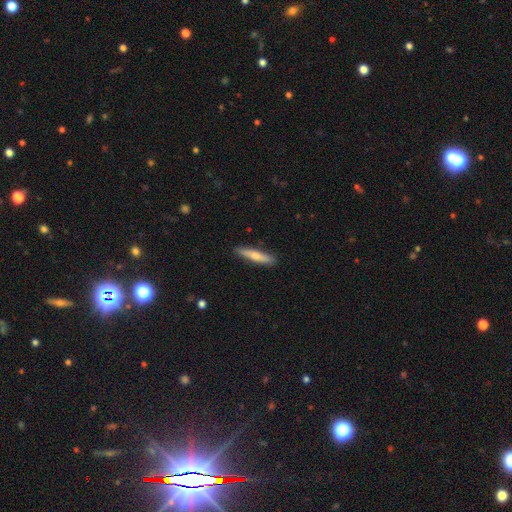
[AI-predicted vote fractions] Overall: smooth (61%; featured or disk 34%). How rounded: cigar-shaped (90%). Merging: none (89%).